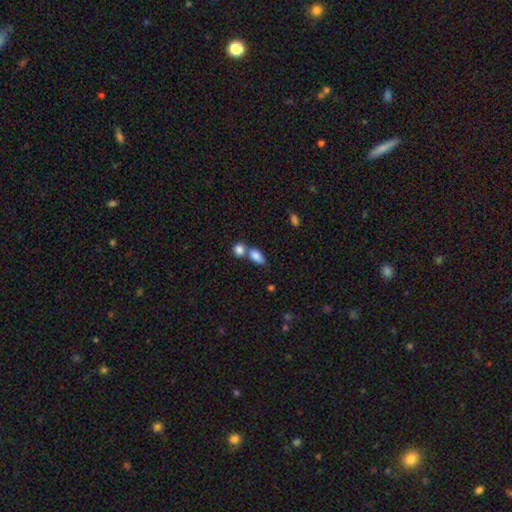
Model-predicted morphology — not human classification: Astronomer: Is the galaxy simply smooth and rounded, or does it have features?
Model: smooth — 85%.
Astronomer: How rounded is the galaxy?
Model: in between — 86%.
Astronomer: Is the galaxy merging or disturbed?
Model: merger — 48% (runner-up: none, 38%).